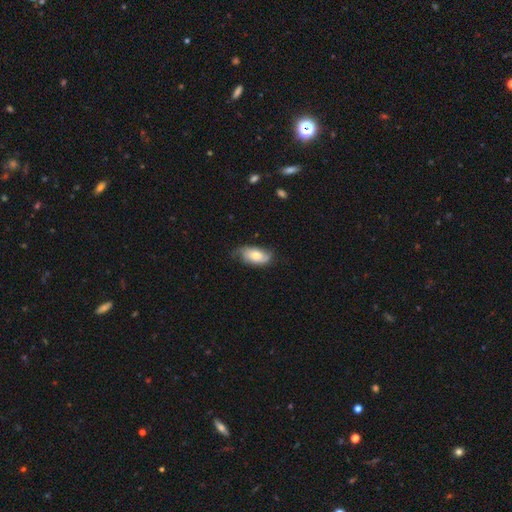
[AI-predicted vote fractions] Morphology: type=smooth (54%); roundness=in between (91%); merging=none (59%).